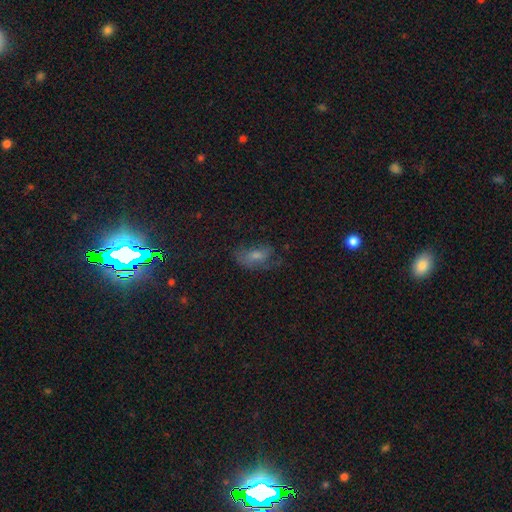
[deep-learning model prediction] A smooth galaxy with no disk features (40%).

Vote fractions:
- Smooth or featured? smooth: 40% / featured or disk: 35% / star or artifact: 25%
- Merging? none: 50% / minor disturbance: 26% / major disturbance: 22% / merger: 2%